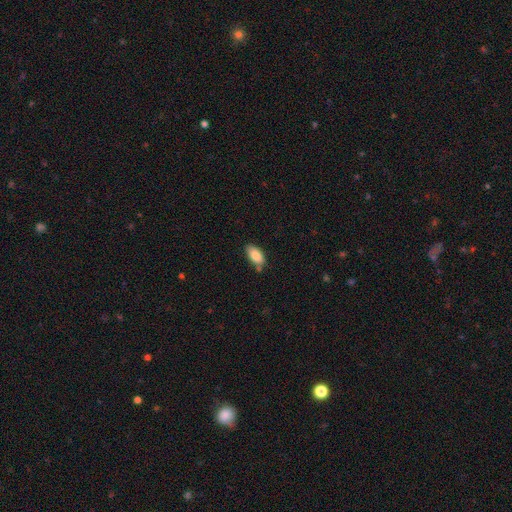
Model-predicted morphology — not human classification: A smooth galaxy with no disk features (87%) that is in between round and cigar-shaped (93%).

Vote fractions:
- Smooth or featured? smooth: 87% / star or artifact: 7% / featured or disk: 6%
- How rounded? in between: 93% / cigar-shaped: 4% / round: 3%
- Merging? none: 69% / minor disturbance: 21% / merger: 6% / major disturbance: 4%